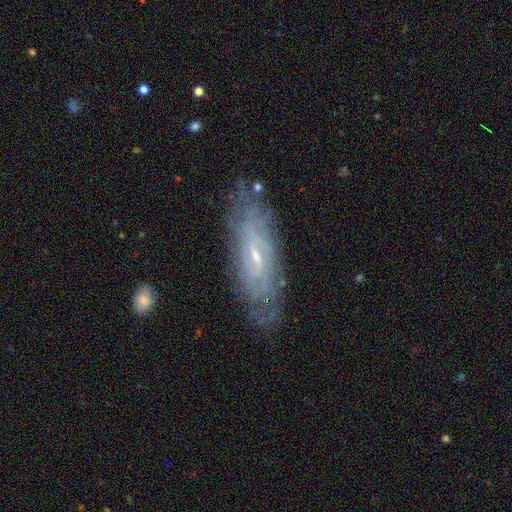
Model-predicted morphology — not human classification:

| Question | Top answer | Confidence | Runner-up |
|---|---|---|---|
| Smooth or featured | featured or disk | 78% | smooth (14%) |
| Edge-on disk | no | 80% | yes (20%) |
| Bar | weak | 47% | no (38%) |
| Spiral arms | yes | 88% | no (12%) |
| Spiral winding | tight | 65% | medium (27%) |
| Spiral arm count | can't tell | 58% | 2 (17%) |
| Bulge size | small | 74% | moderate (22%) |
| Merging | none | 79% | minor disturbance (16%) |